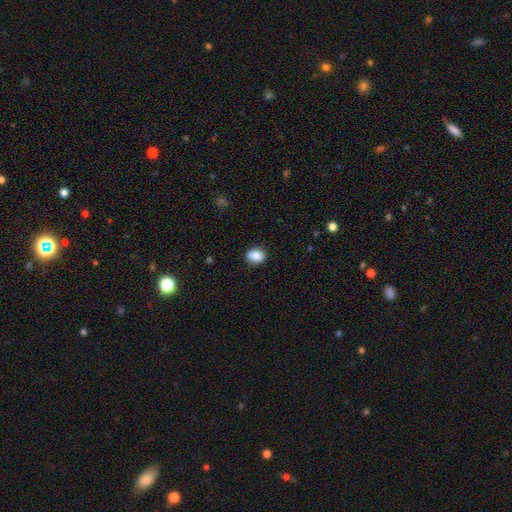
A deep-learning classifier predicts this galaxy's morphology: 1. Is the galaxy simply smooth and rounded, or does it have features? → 84% smooth, 9% star or artifact, 7% featured or disk.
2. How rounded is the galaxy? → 50% round, 49% in between, 1% cigar-shaped.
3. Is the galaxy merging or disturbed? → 79% none, 15% minor disturbance, 3% major disturbance, 2% merger.